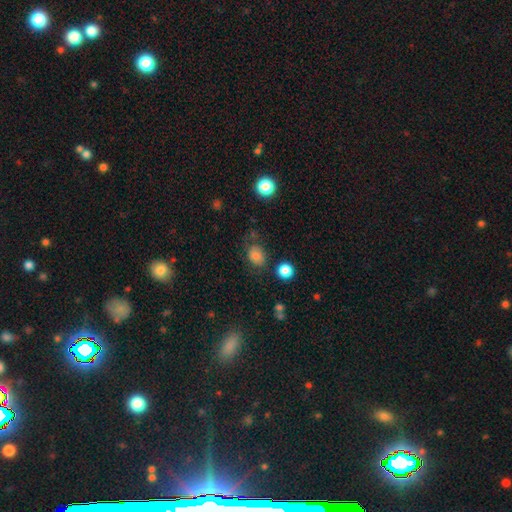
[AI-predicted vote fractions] This is likely a smooth galaxy (78%). How rounded: possibly in between (54%). Merging: likely none (66%).